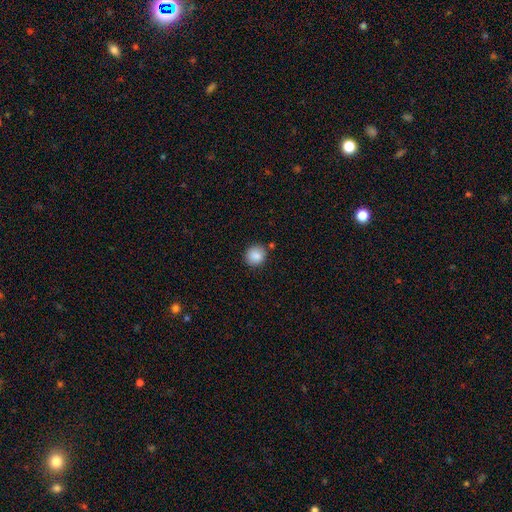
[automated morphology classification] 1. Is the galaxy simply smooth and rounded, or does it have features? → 87% smooth, 9% star or artifact, 4% featured or disk.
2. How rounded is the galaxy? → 88% round, 11% in between, 1% cigar-shaped.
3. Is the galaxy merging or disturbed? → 82% none, 10% minor disturbance, 5% merger, 3% major disturbance.